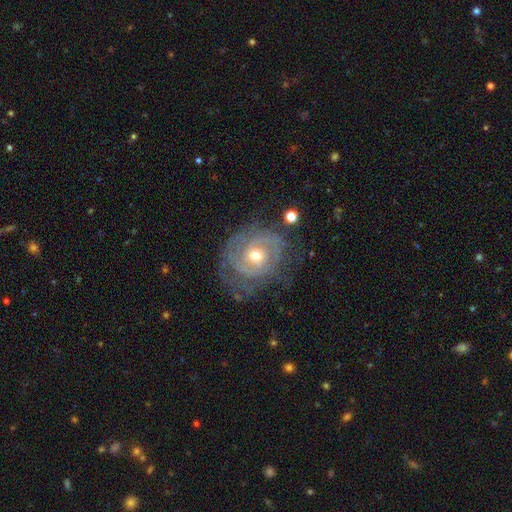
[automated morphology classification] Smooth or featured? Predicted: featured or disk (p=0.80). Edge-on disk? Predicted: no (p=0.97). Bar? Predicted: no (p=0.73). Spiral arms? Predicted: yes (p=0.88). Spiral winding? Predicted: tight (p=0.70). Spiral arm count? Predicted: can't tell (p=0.42). Bulge size? Predicted: moderate (p=0.54). Merging? Predicted: none (p=0.61).